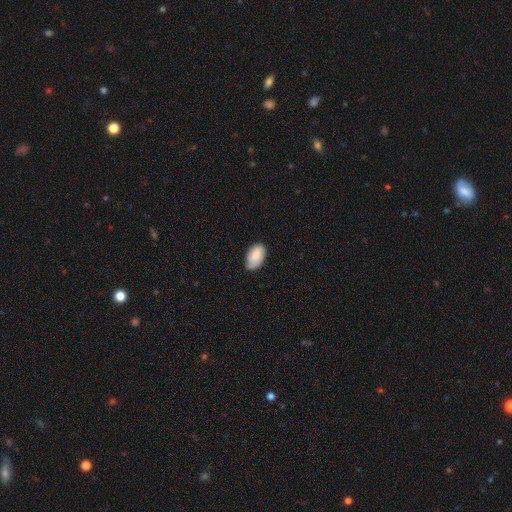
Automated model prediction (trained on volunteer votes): A smooth galaxy with no disk features (86%) that is in between round and cigar-shaped (94%).

Vote fractions:
- Smooth or featured? smooth: 86% / featured or disk: 8% / star or artifact: 6%
- How rounded? in between: 94% / round: 5% / cigar-shaped: 1%
- Merging? none: 66% / minor disturbance: 29% / major disturbance: 4% / merger: 1%